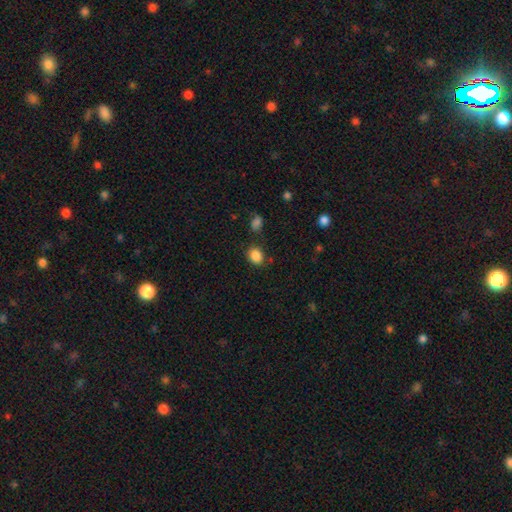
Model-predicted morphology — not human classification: Q: Smooth or featured?
A: smooth (86%); runner-up: star or artifact (10%)
Q: How rounded?
A: in between (50%); runner-up: round (49%)
Q: Merging?
A: none (76%); runner-up: minor disturbance (14%)